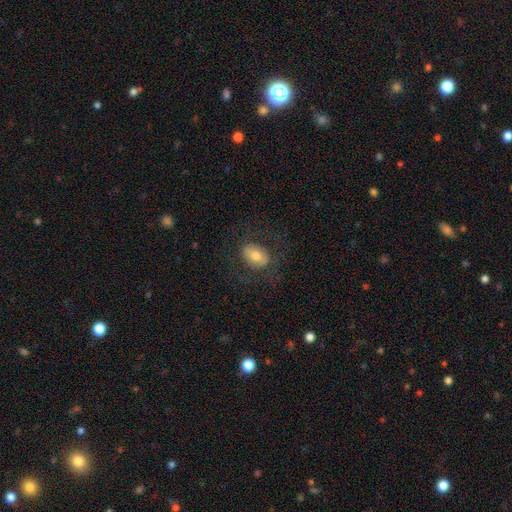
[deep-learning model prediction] A smooth galaxy with no disk features (62%) that is in between round and cigar-shaped (74%). Merging: none (74%).